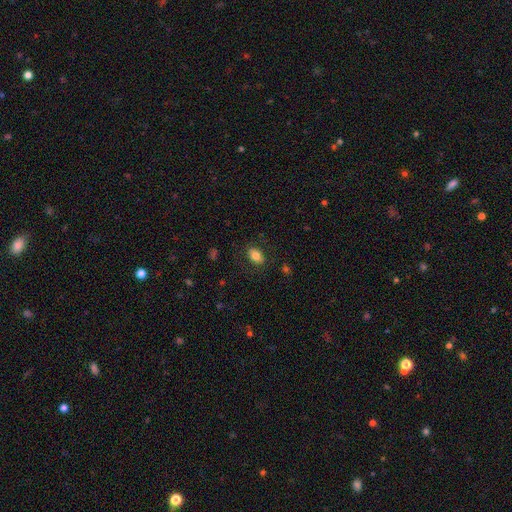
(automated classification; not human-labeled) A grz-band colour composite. It shows a smooth galaxy with no disk features (80%) that is in between round and cigar-shaped (84%). Merging: none (83%).